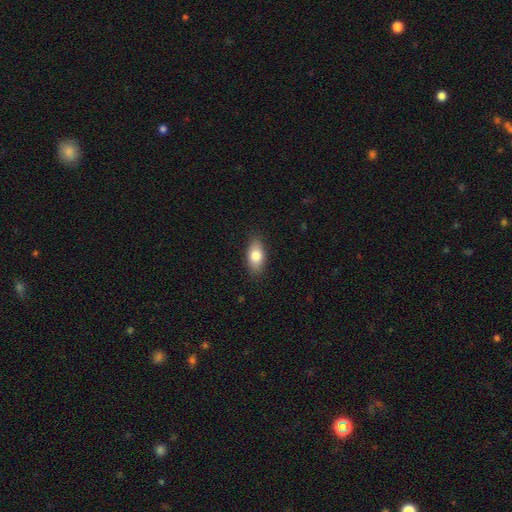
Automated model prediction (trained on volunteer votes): Overall: smooth (80%). How rounded: in between (88%). Merging: none (87%).